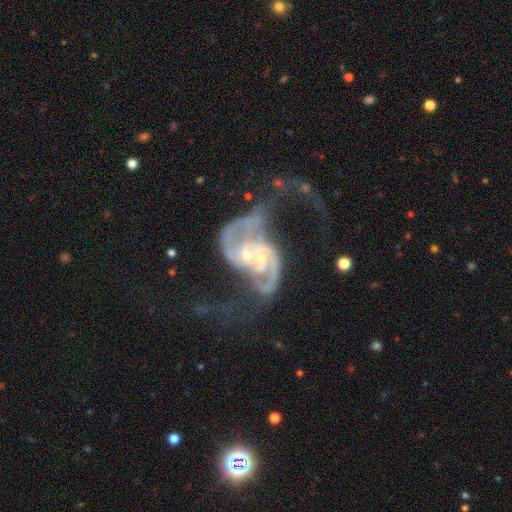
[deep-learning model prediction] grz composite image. It shows a featured or disk galaxy (88%) with no bar (62%), 2 (76%) medium (42%) spiral arms (93%) and a small central bulge (56%). Merging: merger (57%).